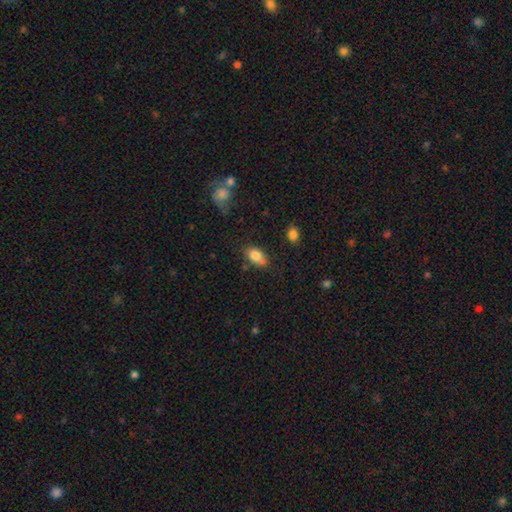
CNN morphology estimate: smooth 80%, featured or disk 11%, star or artifact 9%. Down the decision tree: how rounded — in between (86%); merging — none (58%).